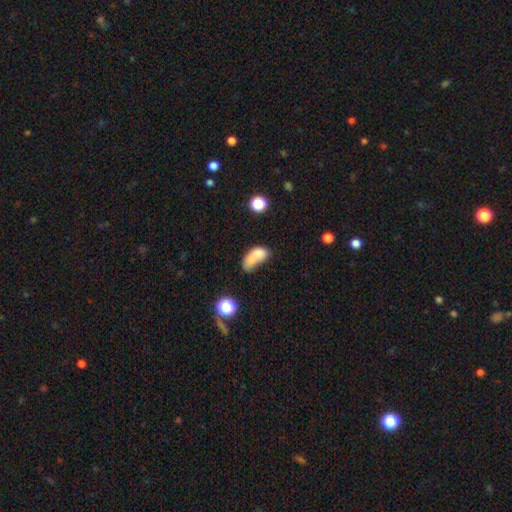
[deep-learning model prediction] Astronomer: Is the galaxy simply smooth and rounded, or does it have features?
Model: smooth — 70%.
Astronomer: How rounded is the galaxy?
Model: in between — 82%.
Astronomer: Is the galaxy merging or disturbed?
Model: merger — 60%.